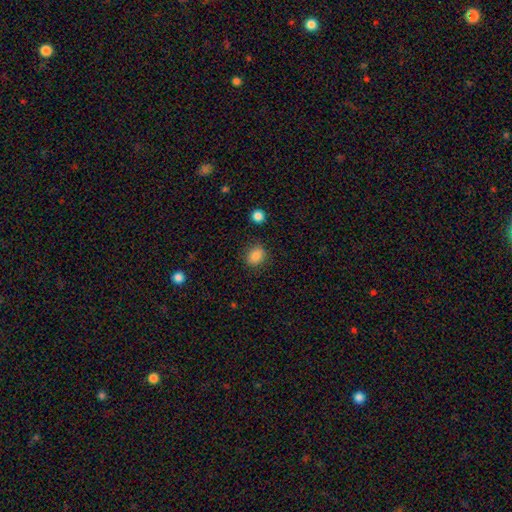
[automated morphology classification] smooth-or-featured: smooth: 85% | star or artifact: 10% | featured or disk: 5%
  how-rounded: round: 58% | in between: 41% | cigar-shaped: 1%
  merging: none: 84% | minor disturbance: 11% | major disturbance: 3% | merger: 2%